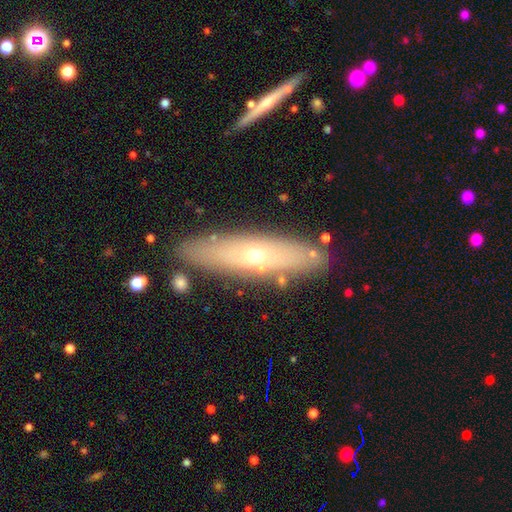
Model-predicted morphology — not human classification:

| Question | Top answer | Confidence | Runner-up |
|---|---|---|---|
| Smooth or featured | featured or disk | 51% | smooth (40%) |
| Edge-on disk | yes | 58% | no (42%) |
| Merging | none | 84% | minor disturbance (10%) |